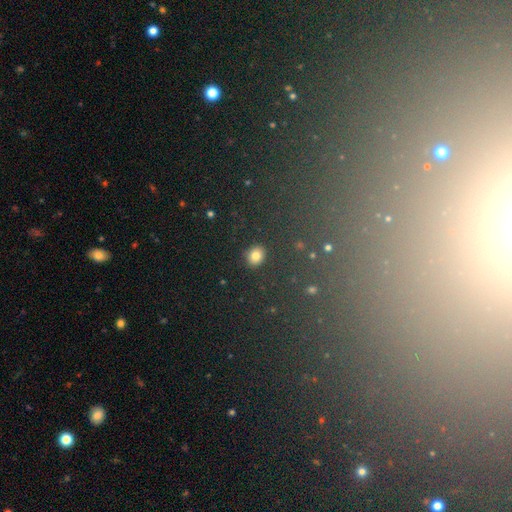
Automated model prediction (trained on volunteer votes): Overall: smooth (81%). How rounded: round (61%; in between 38%). Merging: none (88%).